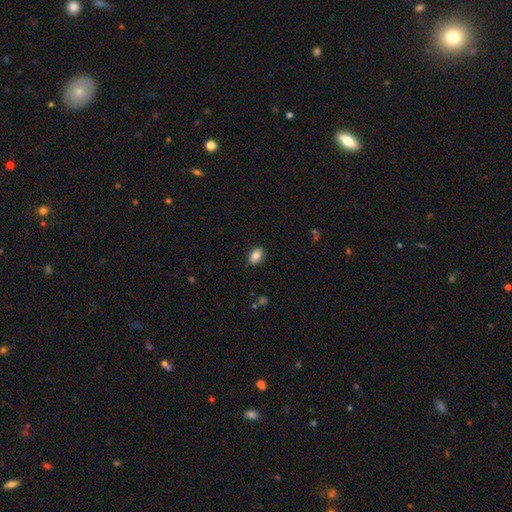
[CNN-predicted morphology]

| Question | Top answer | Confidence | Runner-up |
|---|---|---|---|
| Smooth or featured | smooth | 85% | star or artifact (8%) |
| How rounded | in between | 85% | round (13%) |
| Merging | none | 87% | minor disturbance (10%) |